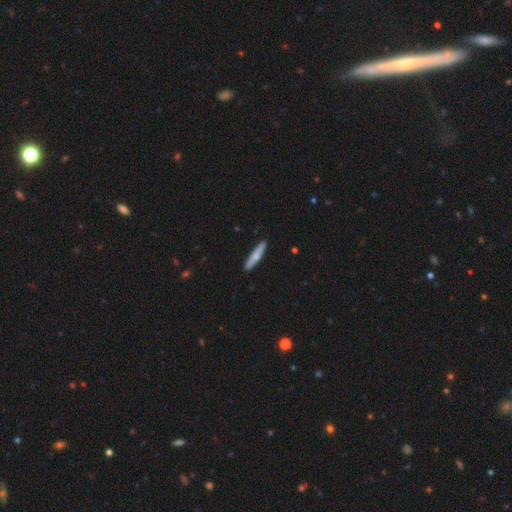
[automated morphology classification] A smooth galaxy with no disk features (61%) that is cigar-shaped (92%).

Vote fractions:
- Smooth or featured? smooth: 61% / featured or disk: 33% / star or artifact: 5%
- How rounded? cigar-shaped: 92% / in between: 6% / round: 1%
- Merging? none: 90% / minor disturbance: 7% / major disturbance: 1% / merger: 1%